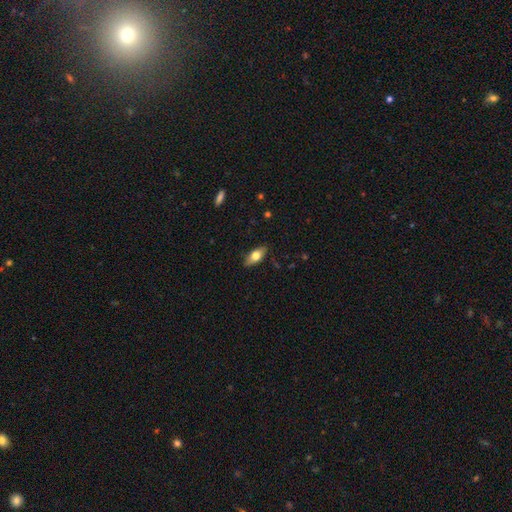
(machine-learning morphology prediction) Smooth or featured: smooth — 69% (featured or disk — 25%)
How rounded: in between — 84% (cigar-shaped — 13%)
Merging: none — 86% (minor disturbance — 11%)